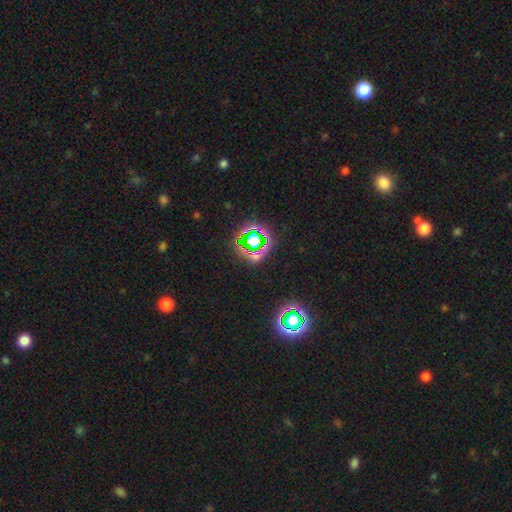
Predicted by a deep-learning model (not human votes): This is likely a star or artifact rather than a galaxy (73%).